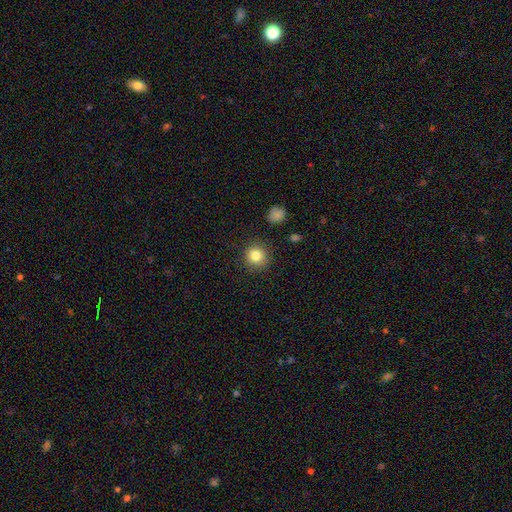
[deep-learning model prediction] Morphology: type=smooth (83%); roundness=round (94%); merging=none (89%).